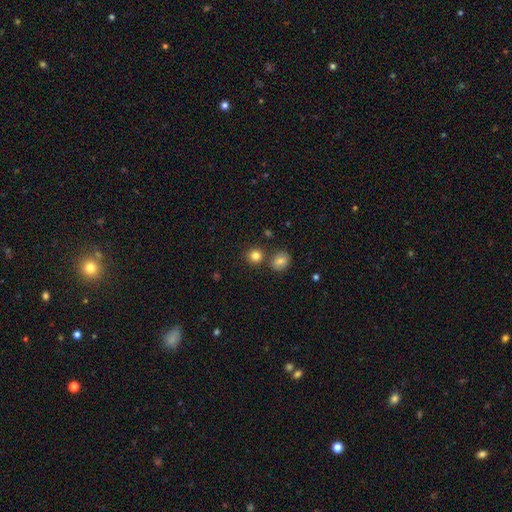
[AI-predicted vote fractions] smooth-or-featured: smooth: 83% | star or artifact: 11% | featured or disk: 6%
  how-rounded: round: 87% | in between: 12% | cigar-shaped: 1%
  merging: none: 75% | merger: 15% | minor disturbance: 8% | major disturbance: 3%